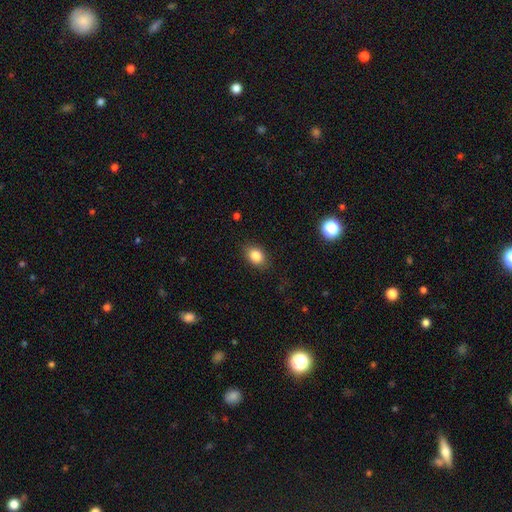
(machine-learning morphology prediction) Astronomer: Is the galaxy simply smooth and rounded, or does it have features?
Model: smooth — 84%.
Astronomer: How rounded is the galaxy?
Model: in between — 74%.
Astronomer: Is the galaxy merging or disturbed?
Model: none — 85%.